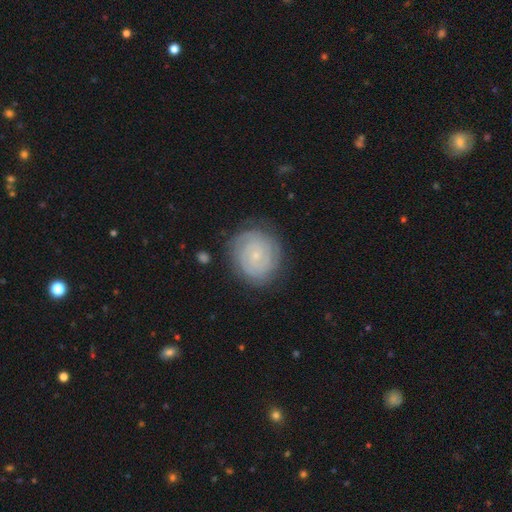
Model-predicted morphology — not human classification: smooth-or-featured: featured or disk: 74% | smooth: 18% | star or artifact: 8%
  disk-edge-on: no: 98% | yes: 2%
    bar: no: 76% | weak: 20% | strong: 4%
    has-spiral-arms: yes: 94% | no: 6%
      spiral-winding: tight: 82% | medium: 15% | loose: 4%
      spiral-arm-count: can't tell: 33% | 2: 29% | 3: 15% | 4: 10% | more than 4: 6% | 1: 6%
    bulge-size: small: 85% | moderate: 10% | none: 3% | large: 1% | dominant: 1%
  merging: none: 80% | minor disturbance: 14% | major disturbance: 5% | merger: 1%